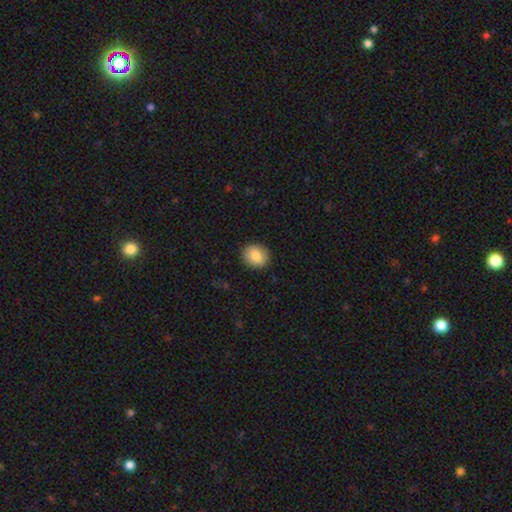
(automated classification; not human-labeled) A smooth galaxy with no disk features (84%) that is round (70%).

Vote fractions:
- Smooth or featured? smooth: 84% / featured or disk: 9% / star or artifact: 8%
- How rounded? round: 70% / in between: 29% / cigar-shaped: 1%
- Merging? none: 90% / minor disturbance: 7% / major disturbance: 2% / merger: 1%